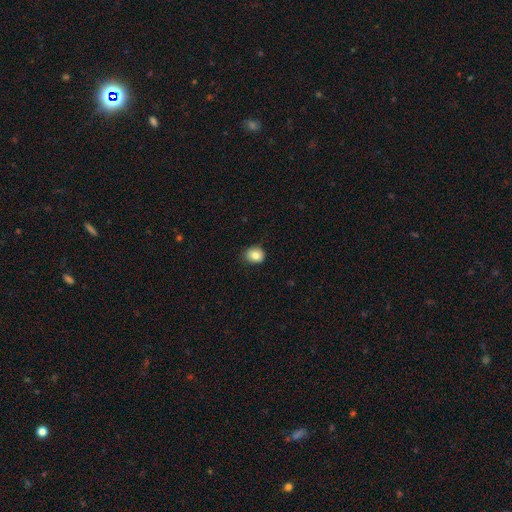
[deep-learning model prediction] A smooth galaxy with no disk features (82%) that is round (62%).

Vote fractions:
- Smooth or featured? smooth: 82% / star or artifact: 9% / featured or disk: 9%
- How rounded? round: 62% / in between: 37% / cigar-shaped: 1%
- Merging? none: 80% / minor disturbance: 16% / major disturbance: 3% / merger: 1%